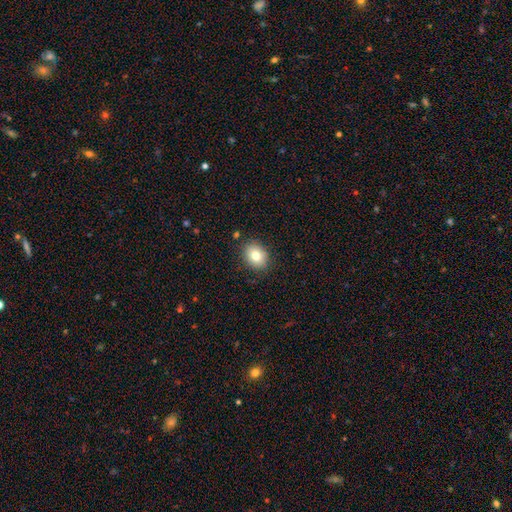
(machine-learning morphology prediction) The model was most divided on "how rounded": round: 51%, in between: 48%, cigar-shaped: 1%. More confident: merging — none (87%); smooth or featured — smooth (79%).